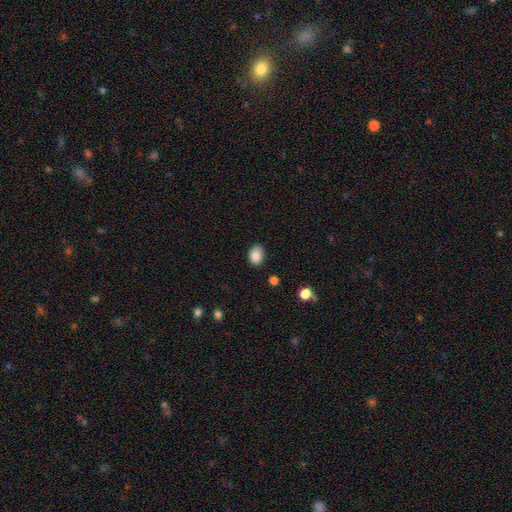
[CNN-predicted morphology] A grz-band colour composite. It shows a smooth galaxy with no disk features (86%) that is in between round and cigar-shaped (69%). Merging: none (83%).